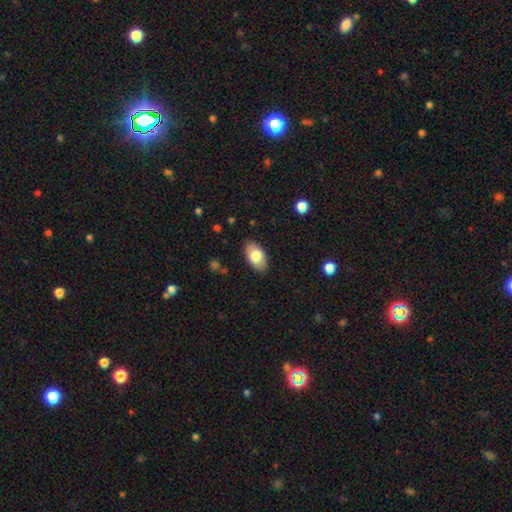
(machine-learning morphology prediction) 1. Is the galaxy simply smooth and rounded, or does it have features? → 79% smooth, 15% featured or disk, 6% star or artifact.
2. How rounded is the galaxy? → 94% in between, 4% round, 2% cigar-shaped.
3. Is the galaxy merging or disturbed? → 85% none, 11% minor disturbance, 3% major disturbance, 1% merger.